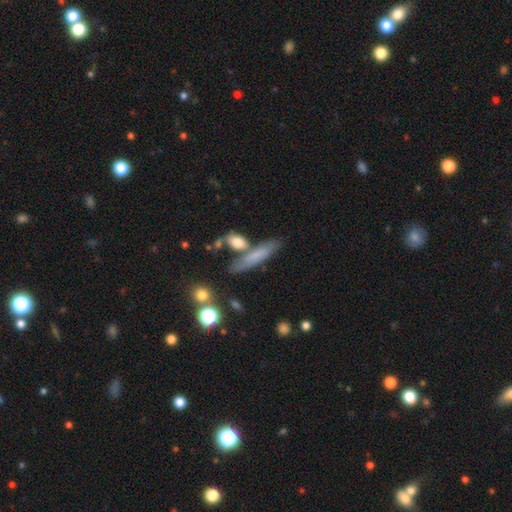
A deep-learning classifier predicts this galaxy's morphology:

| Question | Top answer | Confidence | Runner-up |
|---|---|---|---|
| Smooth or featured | smooth | 66% | featured or disk (25%) |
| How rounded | cigar-shaped | 81% | in between (15%) |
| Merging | none | 67% | merger (15%) |